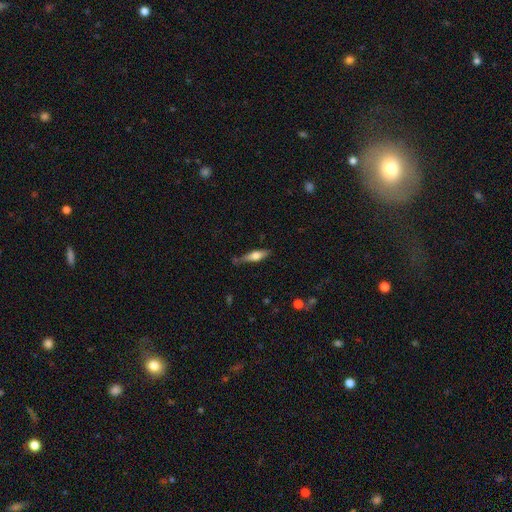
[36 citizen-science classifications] Q: Smooth or featured?
A: smooth (64%); runner-up: featured or disk (36%)
Q: How rounded?
A: cigar-shaped (65%); runner-up: in between (35%)
Q: Merging?
A: none (53%); runner-up: minor disturbance (39%)